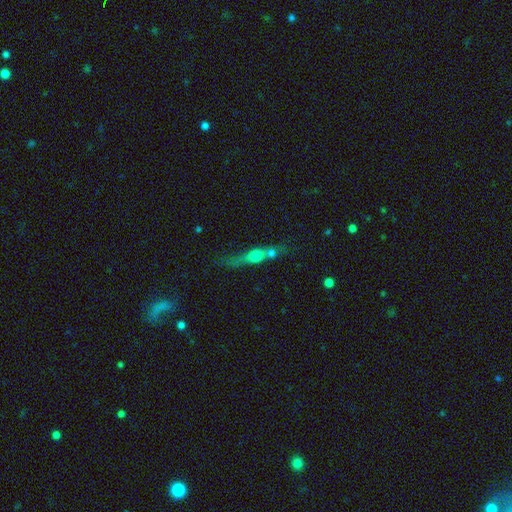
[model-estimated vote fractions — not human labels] Smooth or featured? featured or disk (46%)
Merging? merger (40%)